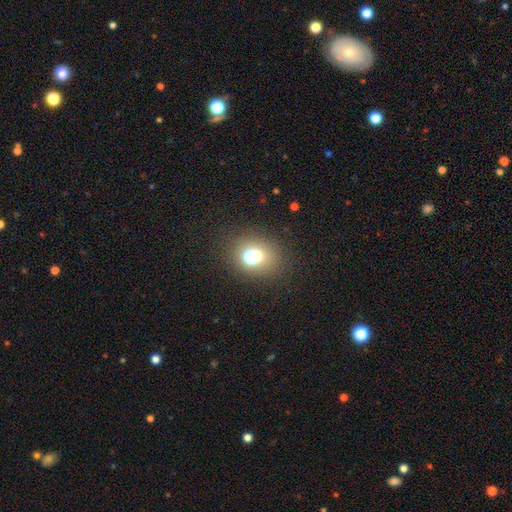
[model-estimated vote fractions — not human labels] Q: Smooth or featured?
A: smooth (62%); runner-up: star or artifact (22%)
Q: How rounded?
A: round (59%); runner-up: in between (40%)
Q: Merging?
A: none (69%); runner-up: merger (12%)